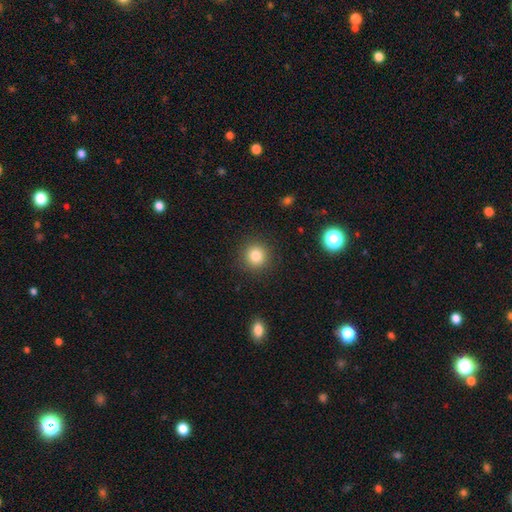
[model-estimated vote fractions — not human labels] Smooth or featured? Predicted: smooth (p=0.82). How rounded? Predicted: round (p=0.93). Merging? Predicted: none (p=0.90).